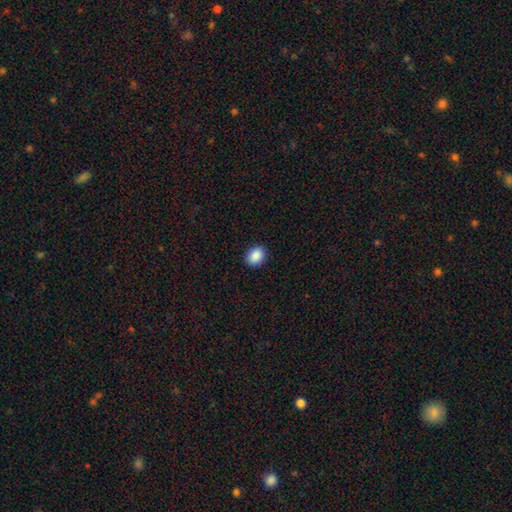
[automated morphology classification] smooth_or_featured: smooth (p=0.90) [alt: star or artifact p=0.08]
how_rounded: in between (p=0.59) [alt: round p=0.40]
merging: none (p=0.91) [alt: minor disturbance p=0.07]